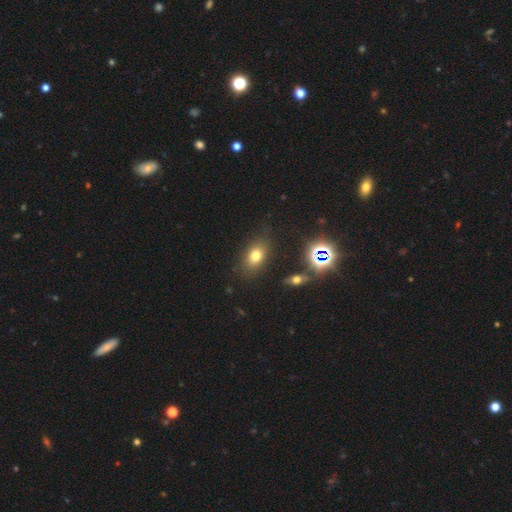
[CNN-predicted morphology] Smooth or featured: smooth — 73% (star or artifact — 16%)
How rounded: in between — 76% (round — 21%)
Merging: none — 81% (minor disturbance — 12%)